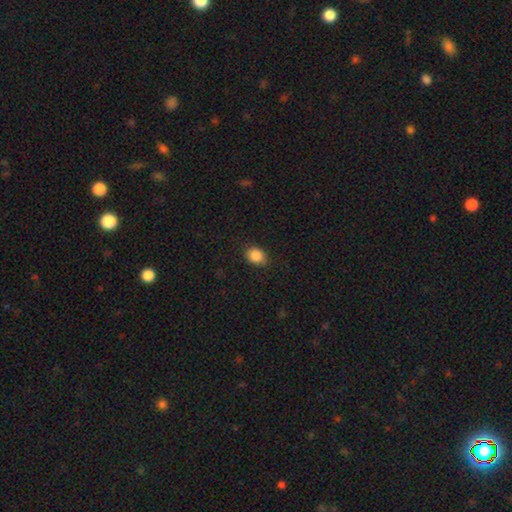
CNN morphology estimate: A smooth galaxy with no disk features (87%) that is round (50%). Merging: none (85%).